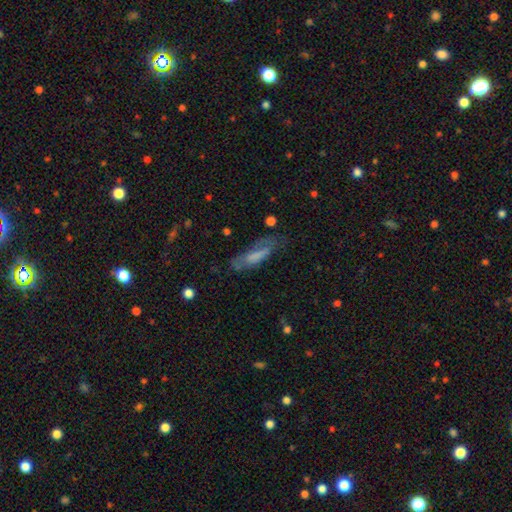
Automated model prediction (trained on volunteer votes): Smooth or featured? smooth (54%)
How rounded? cigar-shaped (60%)
Merging? none (51%)